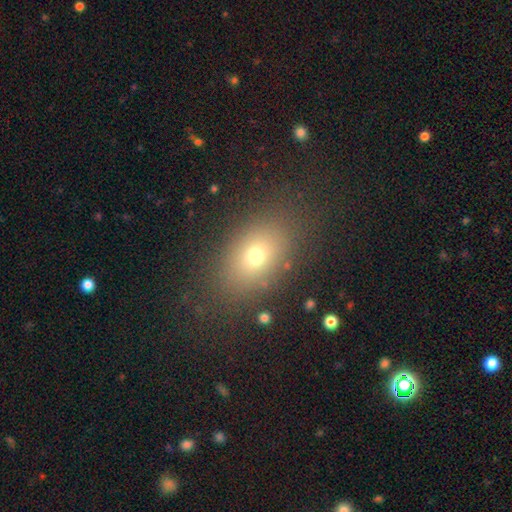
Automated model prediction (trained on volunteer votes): Smooth or featured: smooth — 69% (star or artifact — 16%)
How rounded: in between — 79% (round — 18%)
Merging: none — 83% (minor disturbance — 10%)